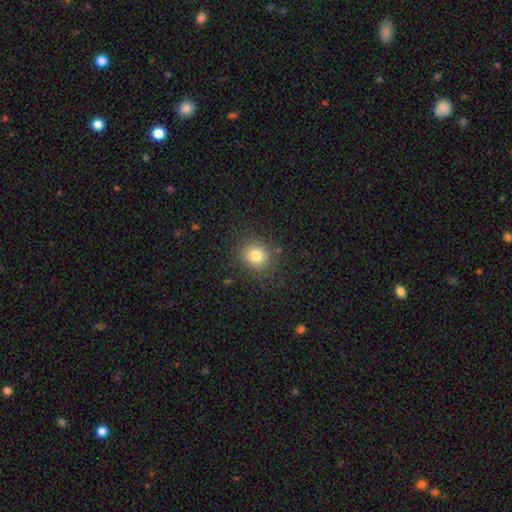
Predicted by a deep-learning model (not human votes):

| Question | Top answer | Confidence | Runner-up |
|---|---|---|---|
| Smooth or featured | smooth | 79% | star or artifact (13%) |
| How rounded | round | 81% | in between (18%) |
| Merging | none | 87% | minor disturbance (9%) |